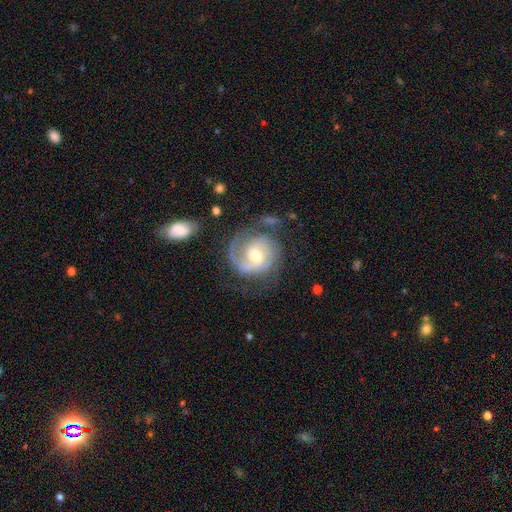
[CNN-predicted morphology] Smooth or featured: featured or disk — 87% (smooth — 9%)
Edge-on disk: no — 98% (yes — 2%)
Bar: no — 50% (weak — 42%)
Spiral arms: yes — 97% (no — 3%)
Spiral winding: tight — 51% (medium — 38%)
Spiral arm count: 2 — 52% (1 — 19%)
Bulge size: moderate — 62% (small — 31%)
Merging: none — 64% (minor disturbance — 19%)